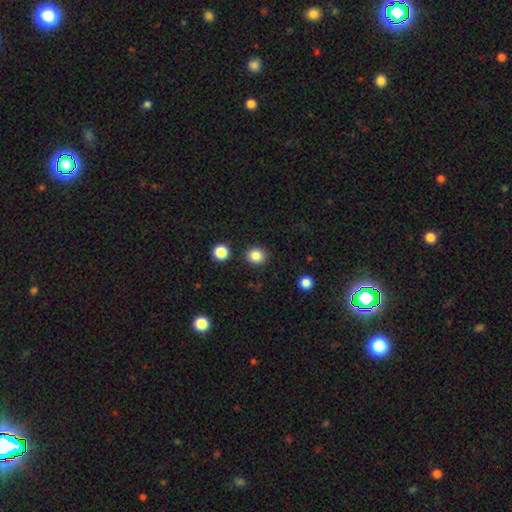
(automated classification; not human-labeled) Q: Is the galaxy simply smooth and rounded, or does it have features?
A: smooth — 85%.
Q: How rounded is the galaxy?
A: round — 86%.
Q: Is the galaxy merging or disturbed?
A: none — 89%.